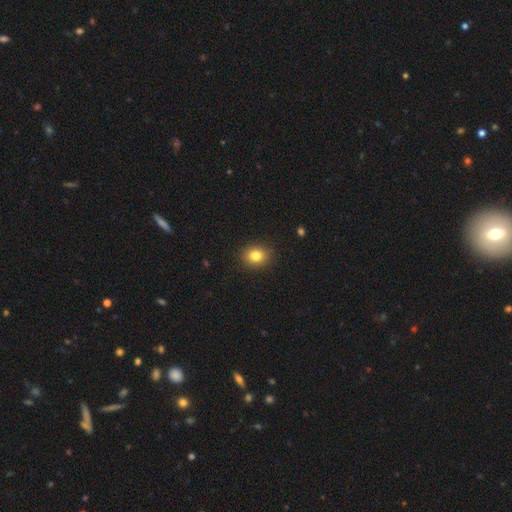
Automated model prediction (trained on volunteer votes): This is clearly a smooth galaxy (82%). How rounded: likely round (62%). Merging: clearly none (90%).